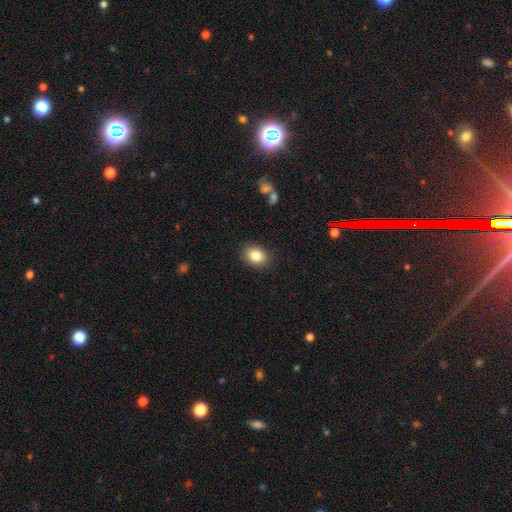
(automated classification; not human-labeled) This is clearly a smooth galaxy (85%). How rounded: possibly in between (60%). Merging: clearly none (88%).